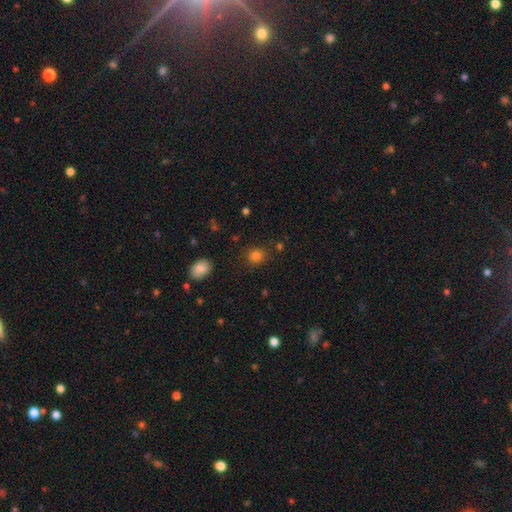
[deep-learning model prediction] Q: Smooth or featured?
A: smooth (82%); runner-up: star or artifact (14%)
Q: How rounded?
A: round (73%); runner-up: in between (26%)
Q: Merging?
A: none (83%); runner-up: minor disturbance (11%)